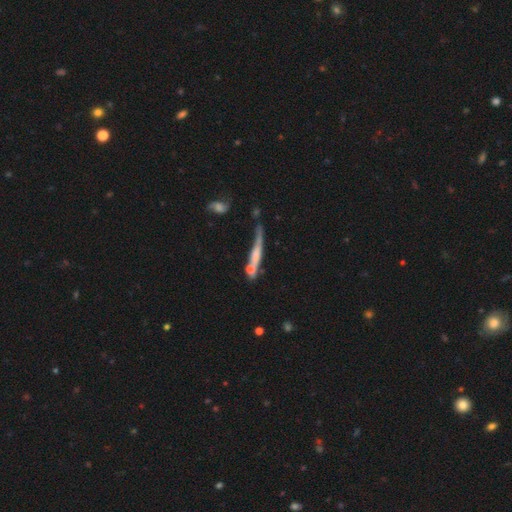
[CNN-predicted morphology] Q: Smooth or featured?
A: smooth (49%); runner-up: featured or disk (43%)
Q: Merging?
A: none (34%); runner-up: merger (27%)